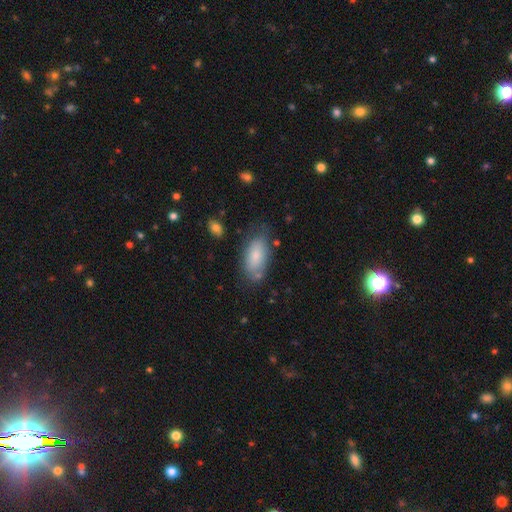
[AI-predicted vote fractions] This appears to be a smooth galaxy with no disk features (78%) that is in between round and cigar-shaped (90%). Merging: none (64%).